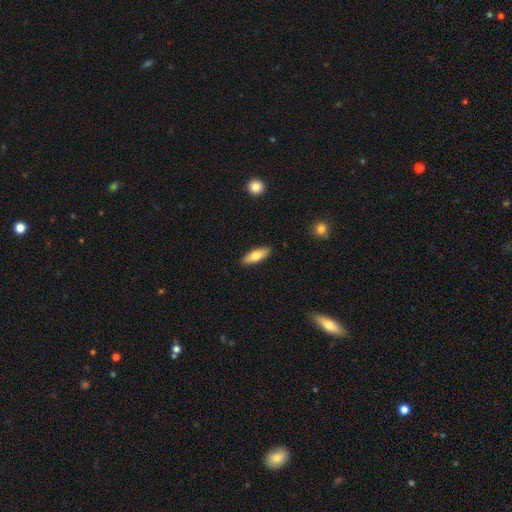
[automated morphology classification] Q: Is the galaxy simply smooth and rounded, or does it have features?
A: smooth — 70%.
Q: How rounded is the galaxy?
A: in between — 58%.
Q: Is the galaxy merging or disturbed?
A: none — 89%.